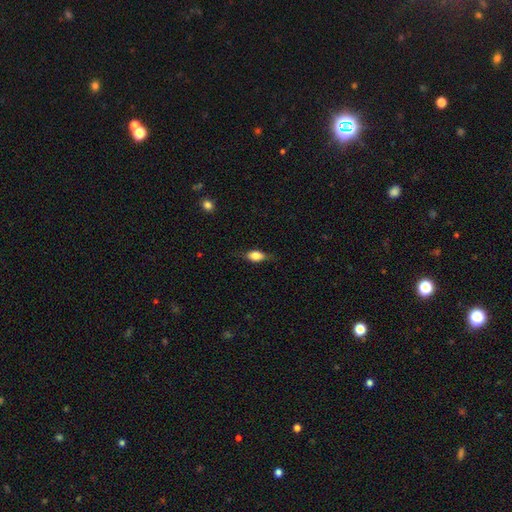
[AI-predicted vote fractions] Smooth or featured? smooth (74%)
How rounded? in between (81%)
Merging? none (73%)